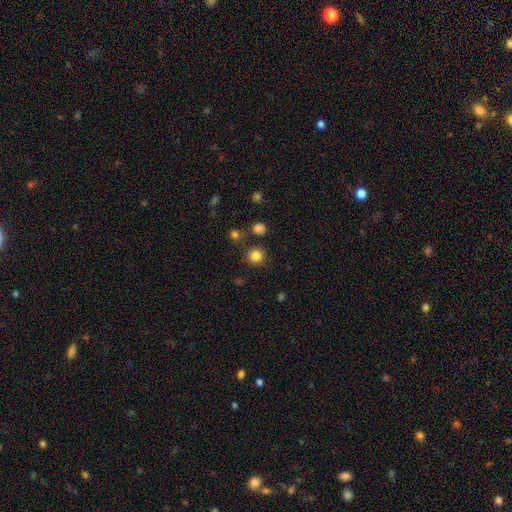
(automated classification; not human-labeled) Overall: smooth (83%). How rounded: round (93%). Merging: none (84%).